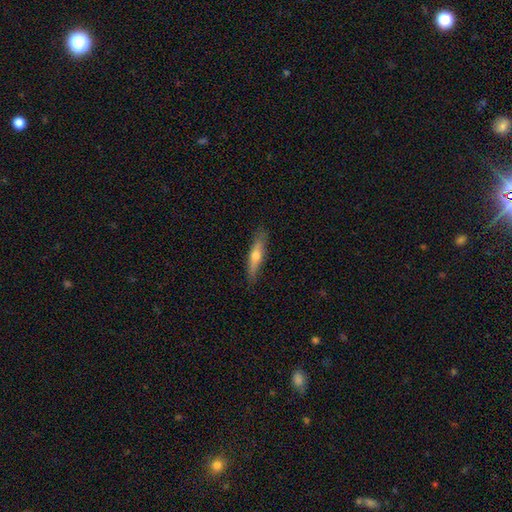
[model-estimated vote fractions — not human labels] This is possibly a smooth galaxy (51%). How rounded: clearly cigar-shaped (82%). Merging: clearly none (85%).